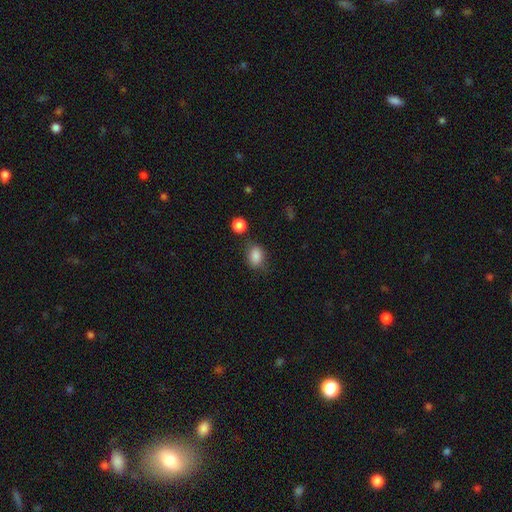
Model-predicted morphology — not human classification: Smooth or featured? Predicted: smooth (p=0.85). How rounded? Predicted: in between (p=0.62). Merging? Predicted: none (p=0.66).